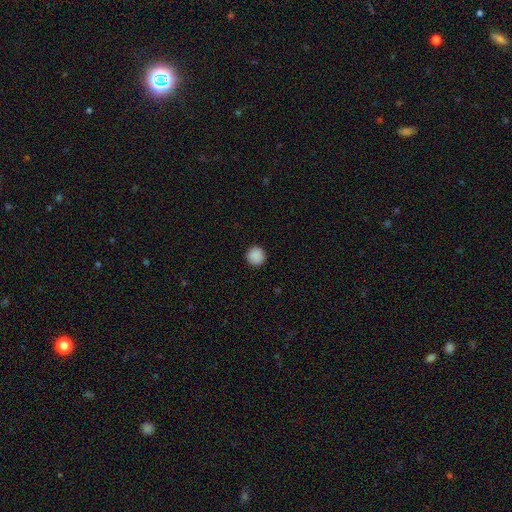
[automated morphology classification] Smooth or featured: smooth — 90% (star or artifact — 8%)
How rounded: round — 96% (in between — 3%)
Merging: none — 93% (minor disturbance — 4%)